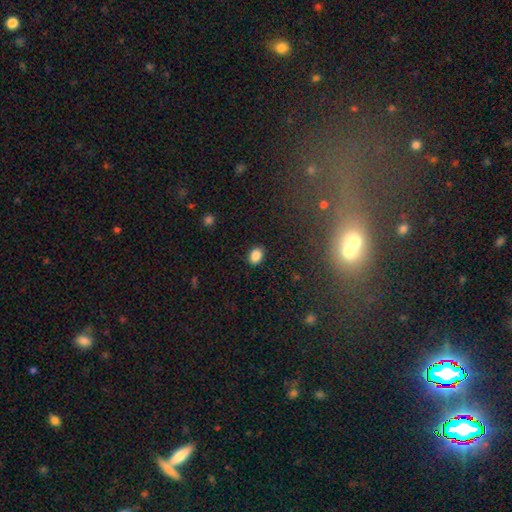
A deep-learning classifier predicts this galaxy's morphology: smooth_or_featured: smooth (p=0.86) [alt: star or artifact p=0.10]
how_rounded: in between (p=0.71) [alt: round p=0.28]
merging: none (p=0.88) [alt: minor disturbance p=0.08]